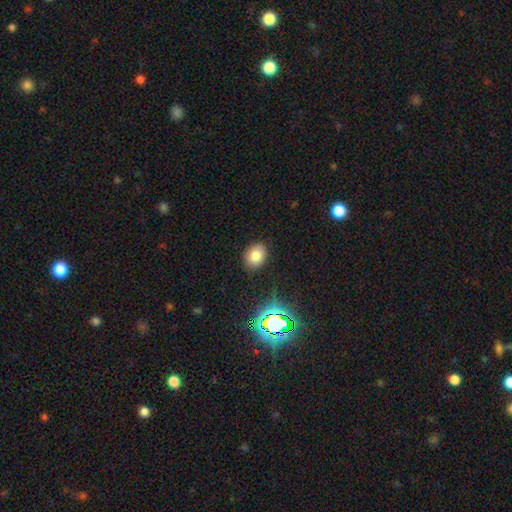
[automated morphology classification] The model was most divided on "how rounded": in between: 54%, round: 45%, cigar-shaped: 1%. More confident: merging — none (87%); smooth or featured — smooth (80%).